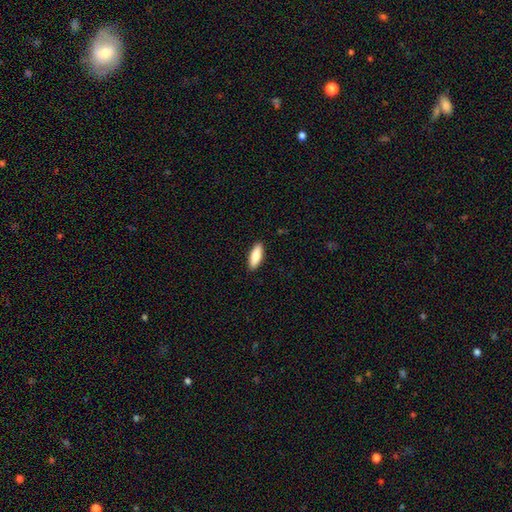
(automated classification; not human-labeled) The model was most divided on "how rounded": in between: 68%, cigar-shaped: 30%, round: 2%. More confident: merging — none (89%); smooth or featured — smooth (85%).